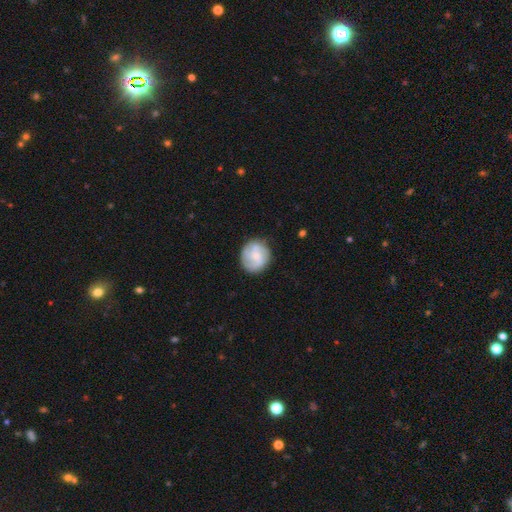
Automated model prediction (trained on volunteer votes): Smooth or featured: featured or disk — 69% (smooth — 25%)
Edge-on disk: no — 98% (yes — 2%)
Bar: no — 60% (weak — 35%)
Spiral arms: yes — 94% (no — 6%)
Spiral winding: tight — 44% (medium — 42%)
Spiral arm count: 3 — 38% (2 — 31%)
Bulge size: small — 62% (moderate — 28%)
Merging: none — 81% (minor disturbance — 14%)